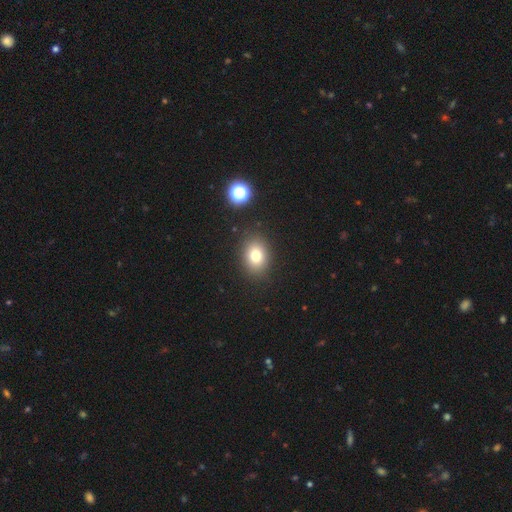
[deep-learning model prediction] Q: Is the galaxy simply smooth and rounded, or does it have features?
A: smooth — 78%.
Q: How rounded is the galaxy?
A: in between — 57%.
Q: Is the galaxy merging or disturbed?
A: none — 87%.